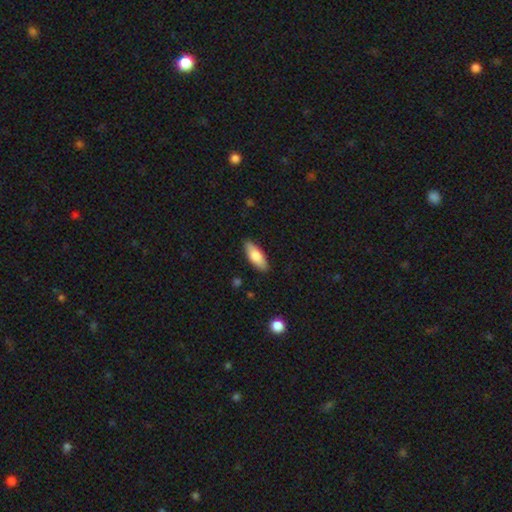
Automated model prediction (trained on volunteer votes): The model was most divided on "how rounded": in between: 71%, cigar-shaped: 27%, round: 2%. More confident: merging — none (87%); smooth or featured — smooth (76%).